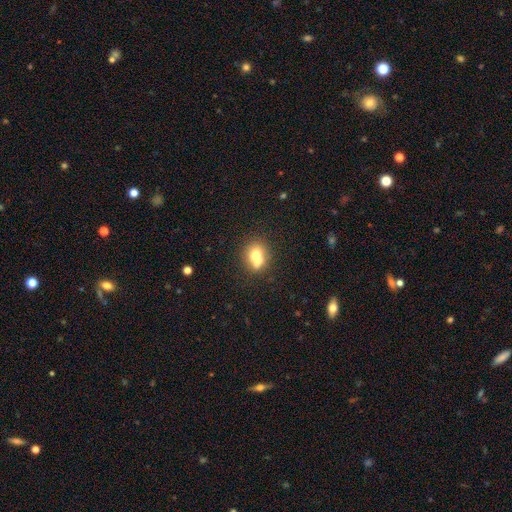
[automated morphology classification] A smooth galaxy with no disk features (69%) that is round (68%). Merging: none (48%).